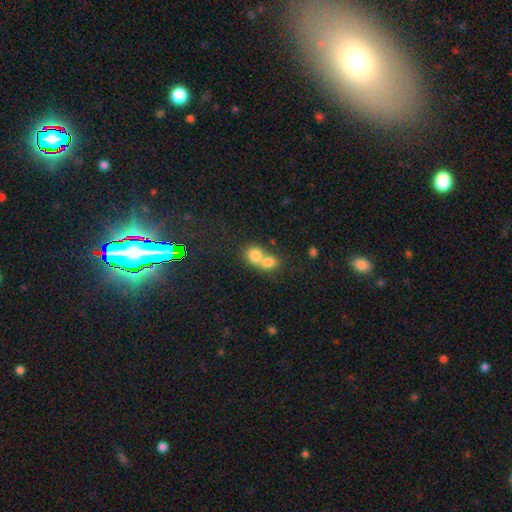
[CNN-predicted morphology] This is likely a smooth galaxy (77%). How rounded: likely round (66%). Merging: likely merger (71%).